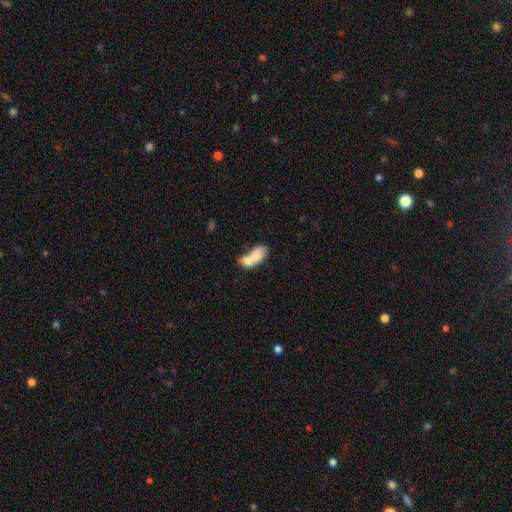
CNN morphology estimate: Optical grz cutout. It shows a smooth galaxy with no disk features (73%) that is in between round and cigar-shaped (86%). Merging: merger (67%).